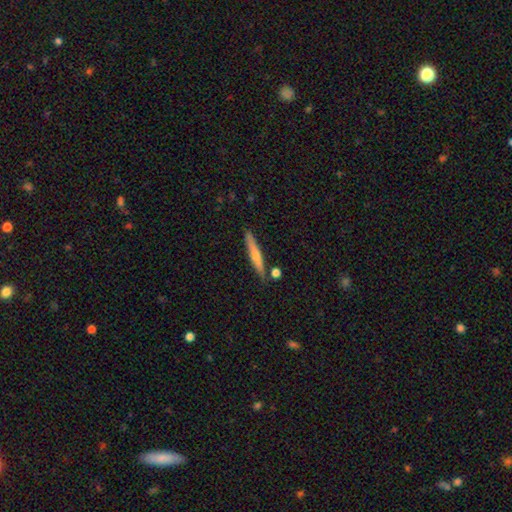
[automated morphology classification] type=featured or disk (60%); edge-on=yes (97%); edge-on bulge=rounded (78%); merging=none (87%).